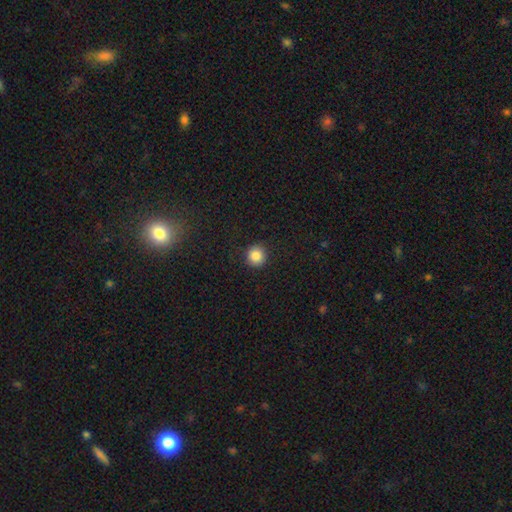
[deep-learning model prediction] This appears to be a smooth galaxy with no disk features (86%) that is round (93%). Merging: none (91%).